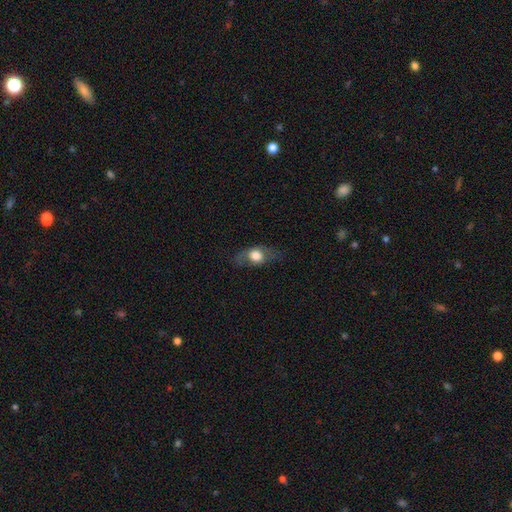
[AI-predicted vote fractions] Smooth or featured: smooth — 57% (featured or disk — 35%)
How rounded: in between — 69% (round — 23%)
Merging: none — 70% (minor disturbance — 20%)